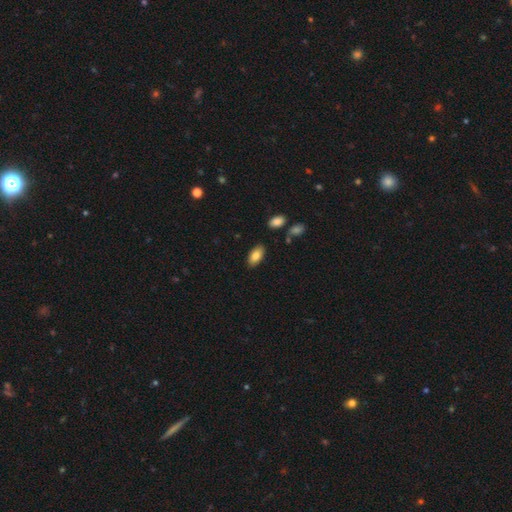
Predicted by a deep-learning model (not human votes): Smooth or featured? smooth (83%)
How rounded? in between (93%)
Merging? none (87%)